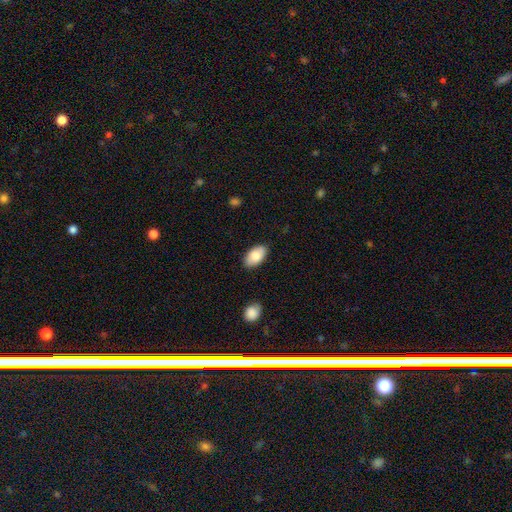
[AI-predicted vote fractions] Q: Smooth or featured?
A: smooth (84%); runner-up: featured or disk (10%)
Q: How rounded?
A: in between (95%); runner-up: round (4%)
Q: Merging?
A: none (86%); runner-up: minor disturbance (10%)